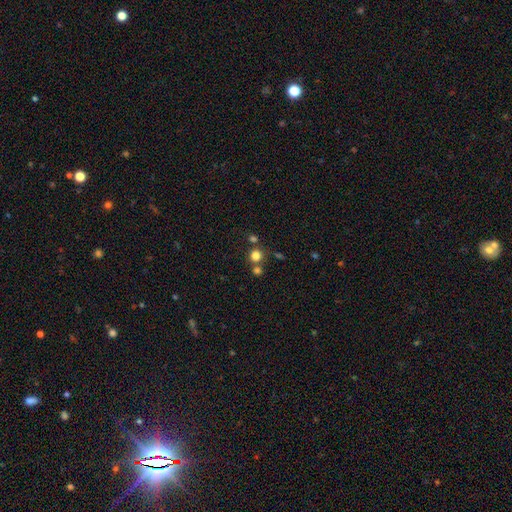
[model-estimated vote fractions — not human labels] Smooth or featured?
  - smooth: 78% *
  - star or artifact: 15%
  - featured or disk: 6%
How rounded?
  - round: 91% *
  - in between: 8%
  - cigar-shaped: 1%
Merging?
  - none: 70% *
  - merger: 20%
  - minor disturbance: 7%
  - major disturbance: 3%